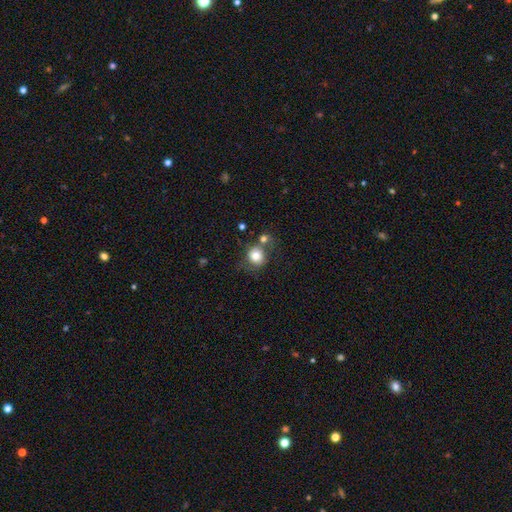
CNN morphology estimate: smooth 80%, featured or disk 11%, star or artifact 9%. Down the decision tree: how rounded — round (79%); merging — none (55%).